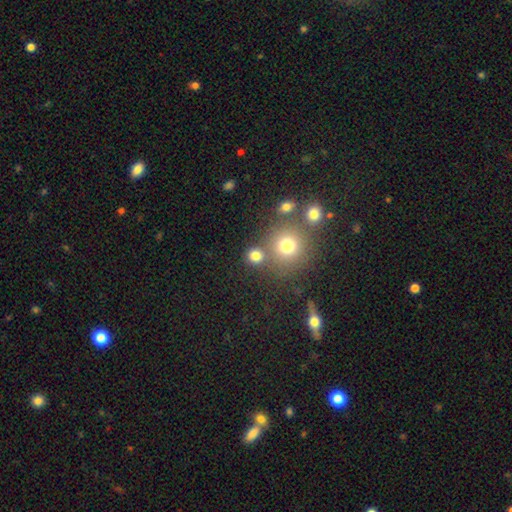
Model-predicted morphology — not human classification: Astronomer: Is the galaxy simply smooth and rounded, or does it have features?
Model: smooth — 78%.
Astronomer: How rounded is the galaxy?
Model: round — 87%.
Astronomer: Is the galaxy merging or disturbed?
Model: none — 70%.